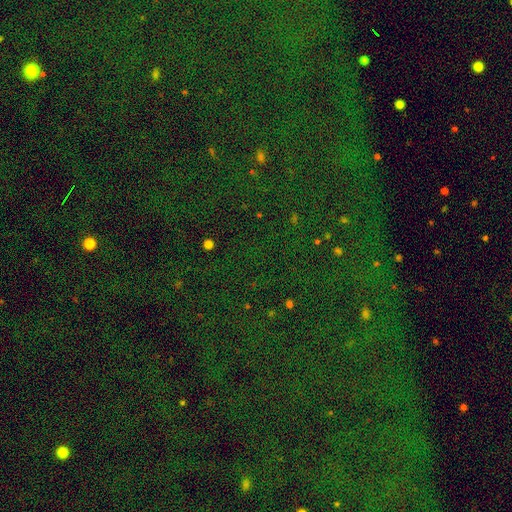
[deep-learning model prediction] Smooth or featured?
  - star or artifact: 79% *
  - smooth: 14%
  - featured or disk: 7%